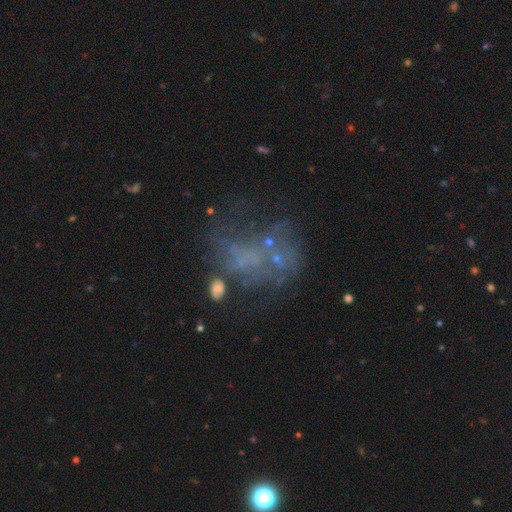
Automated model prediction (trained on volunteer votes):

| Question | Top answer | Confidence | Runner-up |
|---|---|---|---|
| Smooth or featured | featured or disk | 46% | star or artifact (33%) |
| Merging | none | 43% | major disturbance (29%) |